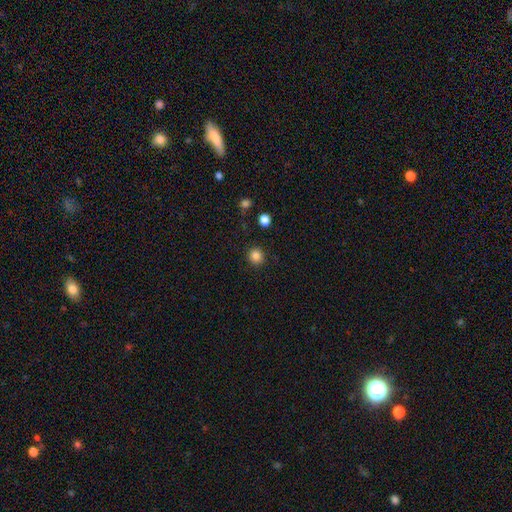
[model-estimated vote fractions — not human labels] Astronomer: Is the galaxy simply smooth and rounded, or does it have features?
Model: smooth — 85%.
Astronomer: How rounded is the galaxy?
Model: round — 90%.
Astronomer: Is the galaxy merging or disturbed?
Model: none — 90%.